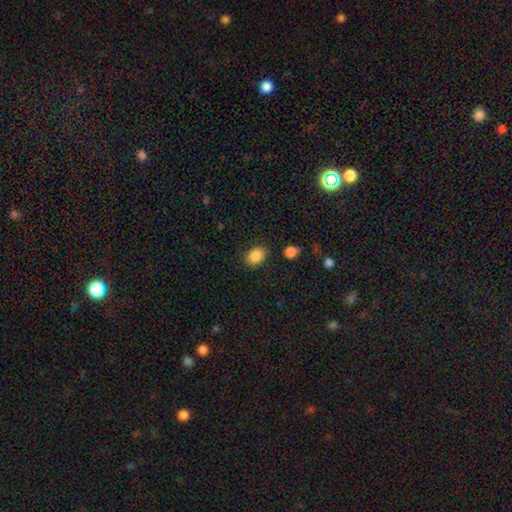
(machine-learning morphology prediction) Overall: smooth (87%). How rounded: in between (75%). Merging: none (85%).